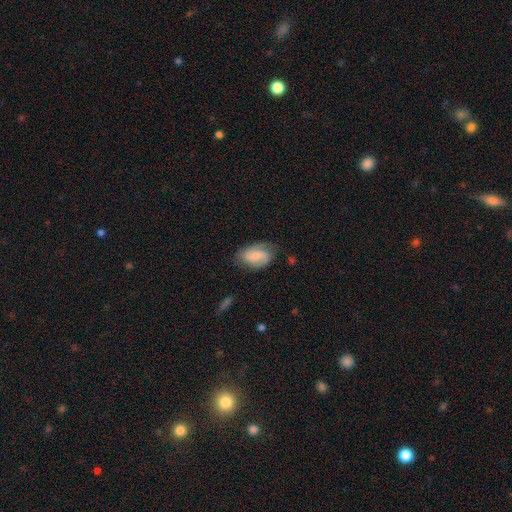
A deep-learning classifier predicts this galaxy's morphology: smooth_or_featured: featured or disk (p=0.47) [alt: smooth p=0.45]
merging: none (p=0.63) [alt: minor disturbance p=0.26]